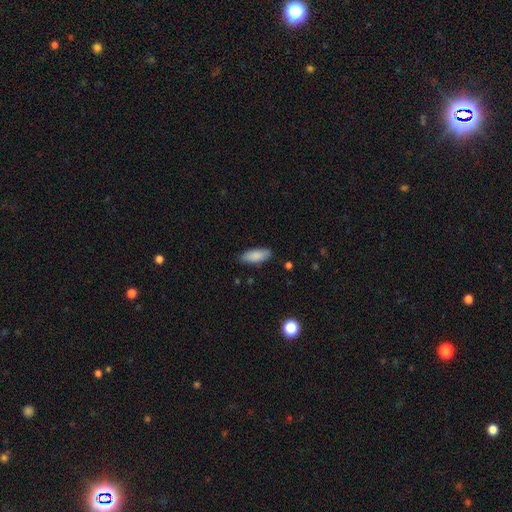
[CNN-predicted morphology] smooth_or_featured: smooth (p=0.87) [alt: featured or disk p=0.07]
how_rounded: in between (p=0.76) [alt: cigar-shaped p=0.23]
merging: none (p=0.83) [alt: minor disturbance p=0.13]